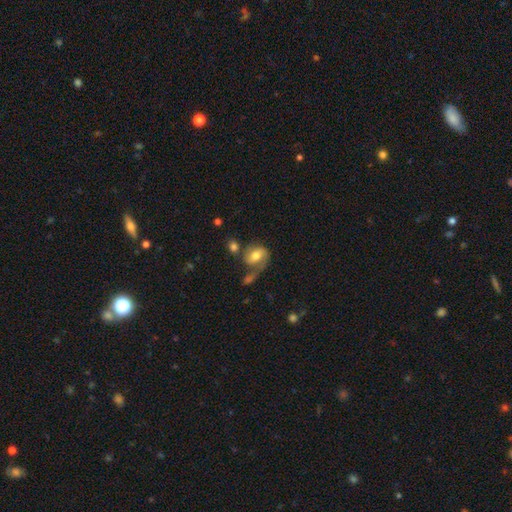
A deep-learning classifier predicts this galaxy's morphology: A featured or disk galaxy (53%) with no bar (50%), spiral arms (81%) and a moderate central bulge (68%).

Vote fractions:
- Smooth or featured? featured or disk: 53% / smooth: 39% / star or artifact: 8%
- Edge-on disk? no: 96% / yes: 4%
- Bar? no: 50% / weak: 37% / strong: 13%
- Spiral arms? yes: 81% / no: 19%
- Bulge size? moderate: 68% / large: 16% / small: 13% / none: 2% / dominant: 2%
- Merging? none: 36% / major disturbance: 24% / merger: 22% / minor disturbance: 17%